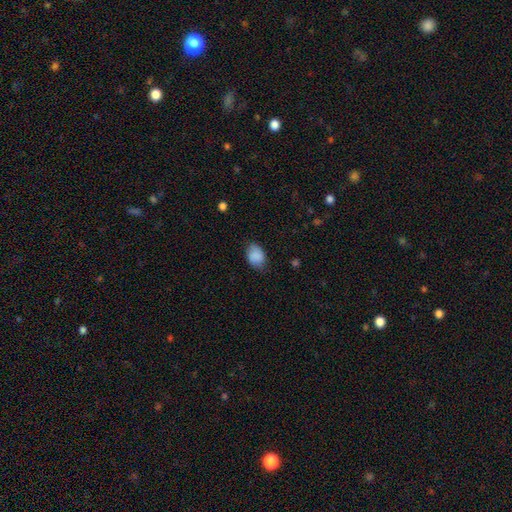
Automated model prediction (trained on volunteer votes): Smooth or featured? Predicted: smooth (p=0.86). How rounded? Predicted: in between (p=0.73). Merging? Predicted: none (p=0.73).